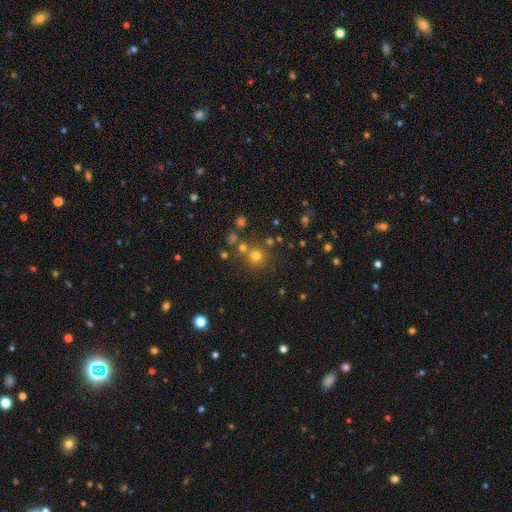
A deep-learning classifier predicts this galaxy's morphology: smooth-or-featured: smooth: 71% | star or artifact: 20% | featured or disk: 8%
  how-rounded: round: 93% | in between: 6% | cigar-shaped: 1%
  merging: none: 76% | merger: 13% | minor disturbance: 8% | major disturbance: 4%